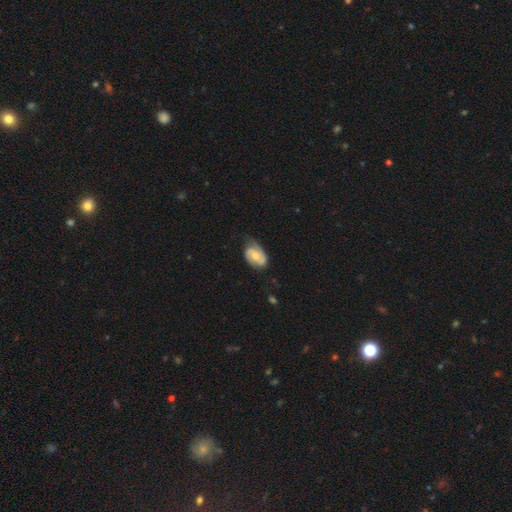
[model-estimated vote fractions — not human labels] featured or disk 54%, smooth 40%, star or artifact 7%. Down the decision tree: edge-on disk — no (96%); bar — no (60%); spiral arms — yes (84%); bulge size — moderate (56%); merging — none (52%).